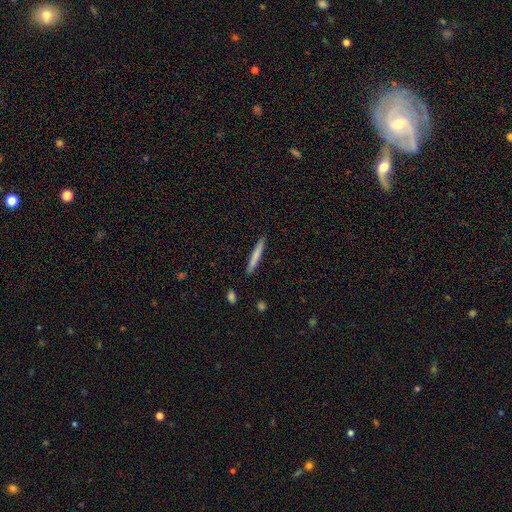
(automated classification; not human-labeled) Smooth or featured? smooth (73%)
How rounded? cigar-shaped (96%)
Merging? none (91%)